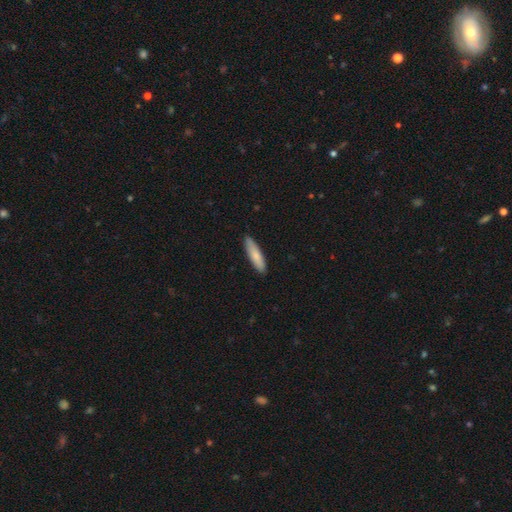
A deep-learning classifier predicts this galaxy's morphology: type=smooth (81%); roundness=cigar-shaped (74%); merging=none (90%).